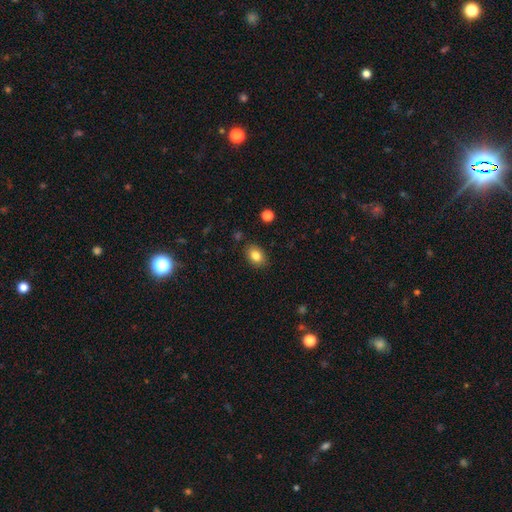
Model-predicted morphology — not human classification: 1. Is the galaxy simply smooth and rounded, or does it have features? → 83% smooth, 9% star or artifact, 7% featured or disk.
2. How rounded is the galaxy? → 77% in between, 22% round, 1% cigar-shaped.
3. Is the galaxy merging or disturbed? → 86% none, 10% minor disturbance, 2% major disturbance, 2% merger.